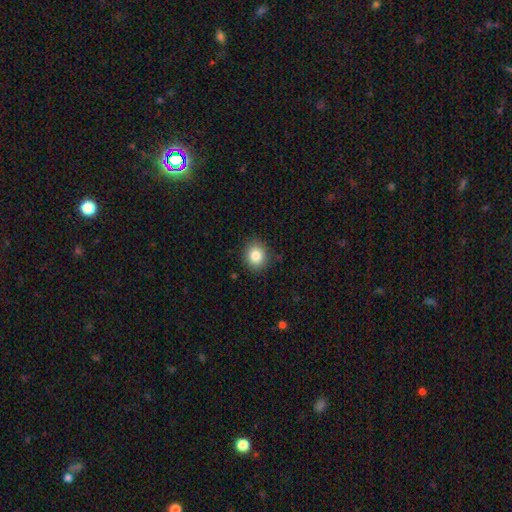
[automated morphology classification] Overall: smooth (85%). How rounded: round (71%). Merging: none (88%).